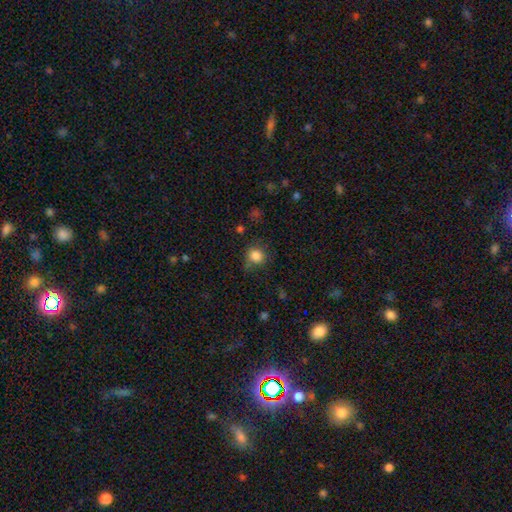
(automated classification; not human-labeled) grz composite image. It shows a smooth galaxy with no disk features (85%) that is round (84%). Merging: none (74%).